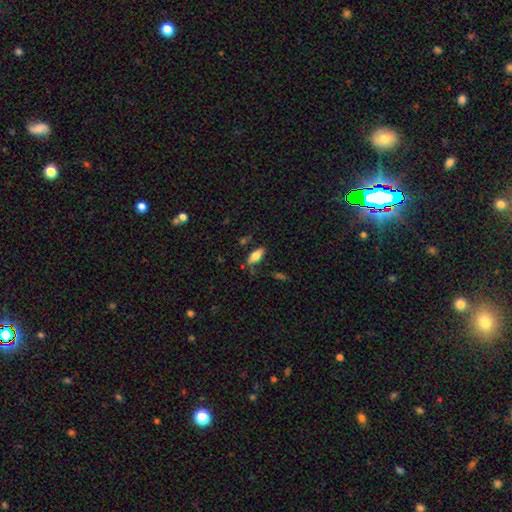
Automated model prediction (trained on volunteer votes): This is likely a smooth galaxy (70%). How rounded: clearly in between (83%). Merging: likely none (78%).